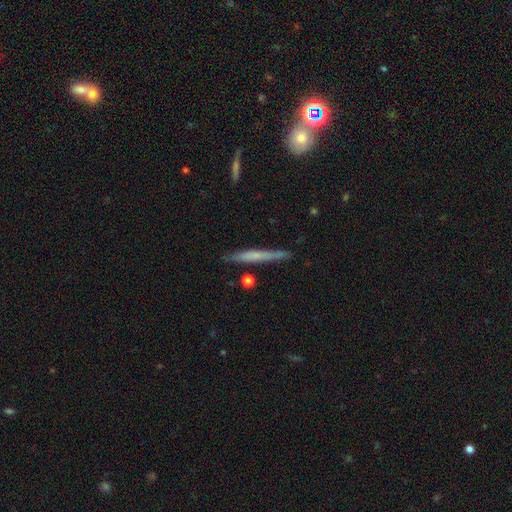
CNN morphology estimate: type=smooth (51%); roundness=cigar-shaped (96%); merging=none (83%).